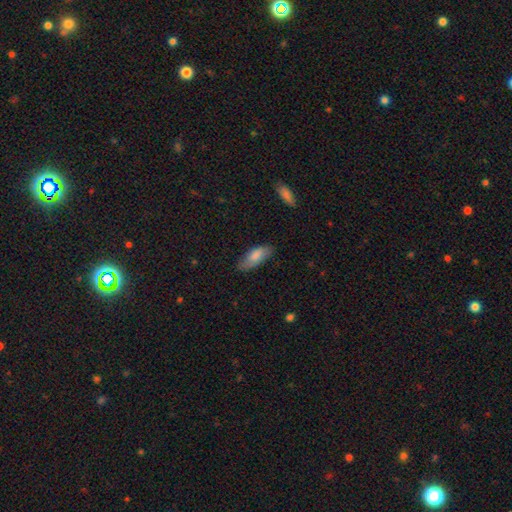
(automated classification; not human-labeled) Smooth or featured? Predicted: smooth (p=0.81). How rounded? Predicted: in between (p=0.77). Merging? Predicted: none (p=0.73).